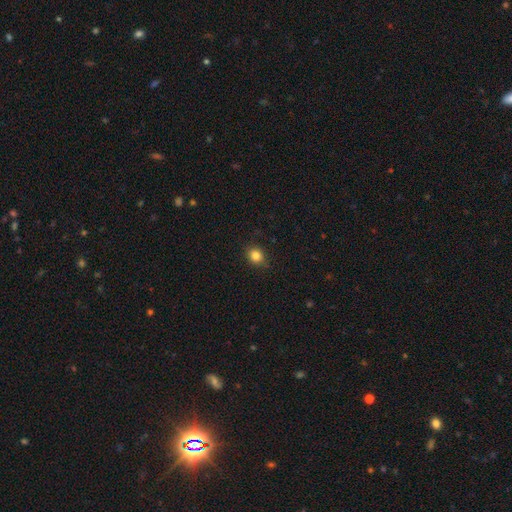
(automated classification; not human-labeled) Smooth or featured?
  - smooth: 84% *
  - star or artifact: 11%
  - featured or disk: 5%
How rounded?
  - round: 73% *
  - in between: 26%
  - cigar-shaped: 1%
Merging?
  - none: 84% *
  - minor disturbance: 12%
  - major disturbance: 2%
  - merger: 1%